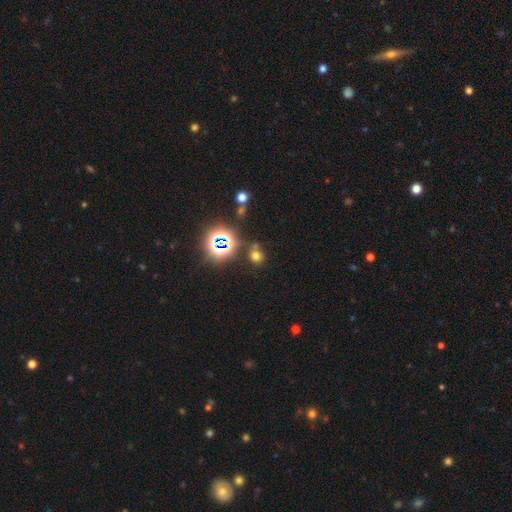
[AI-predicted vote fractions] Overall: smooth (60%; star or artifact 33%). How rounded: round (80%). Merging: none (71%).